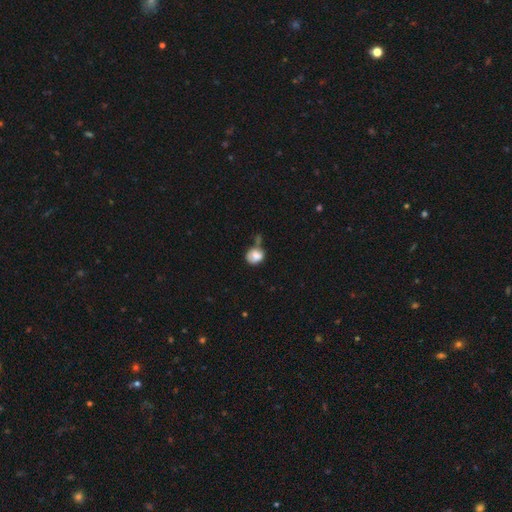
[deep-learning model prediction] The model was most divided on "merging": none: 33%, minor disturbance: 26%, merger: 25%, major disturbance: 15%. More confident: smooth or featured — smooth (74%); how rounded — round (56%).